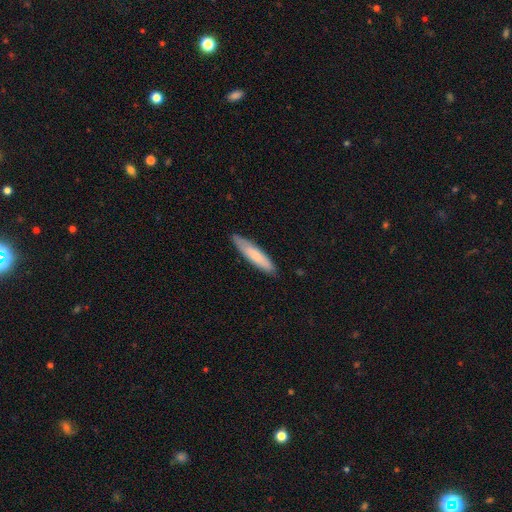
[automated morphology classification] A smooth galaxy with no disk features (76%) that is cigar-shaped (84%). Merging: none (84%).